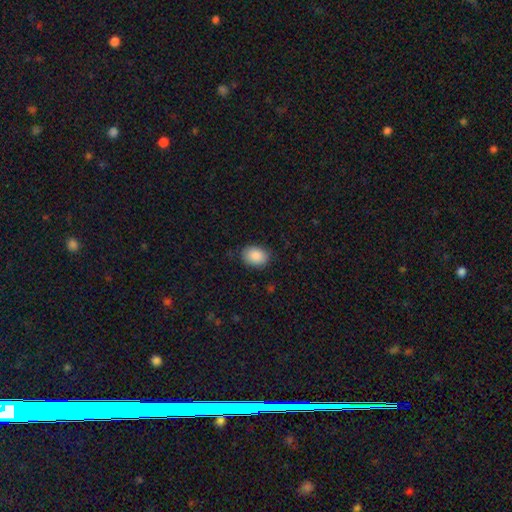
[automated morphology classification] smooth 89%, star or artifact 7%, featured or disk 4%. Down the decision tree: how rounded — in between (73%); merging — none (84%).